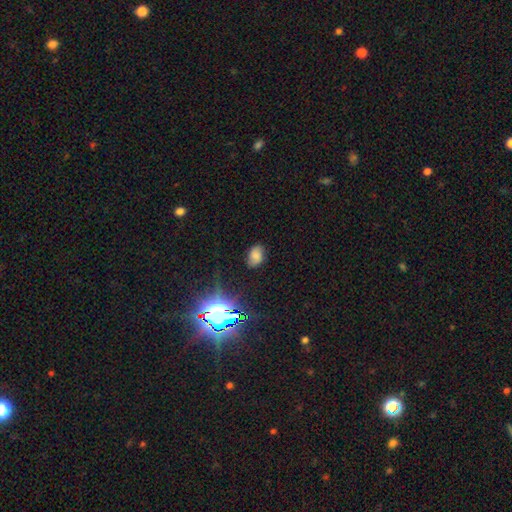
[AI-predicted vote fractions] smooth-or-featured: smooth: 67% | star or artifact: 20% | featured or disk: 13%
  how-rounded: in between: 85% | round: 14% | cigar-shaped: 1%
  merging: none: 76% | minor disturbance: 18% | major disturbance: 5% | merger: 2%